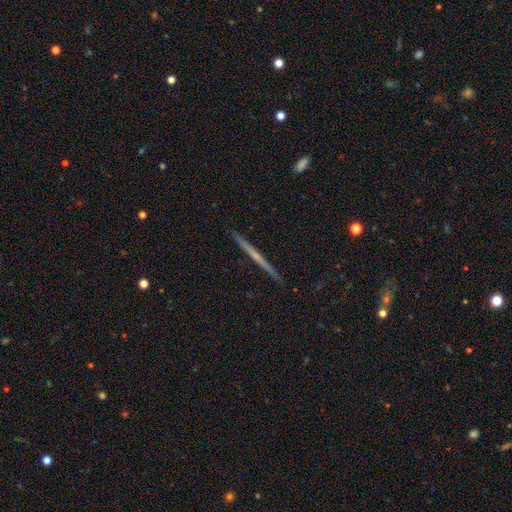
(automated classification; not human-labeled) The model was most divided on "smooth or featured": featured or disk: 66%, smooth: 28%, star or artifact: 6%. More confident: edge-on disk — yes (98%); merging — none (92%); edge-on bulge — none (76%).